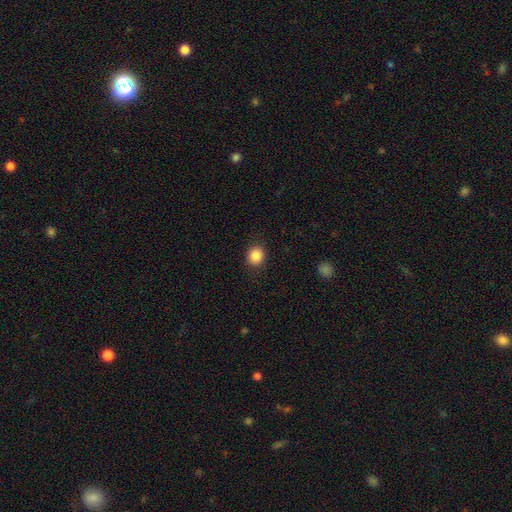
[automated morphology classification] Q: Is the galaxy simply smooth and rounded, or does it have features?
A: smooth — 86%.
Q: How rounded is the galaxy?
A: round — 77%.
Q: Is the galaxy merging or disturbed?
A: none — 89%.